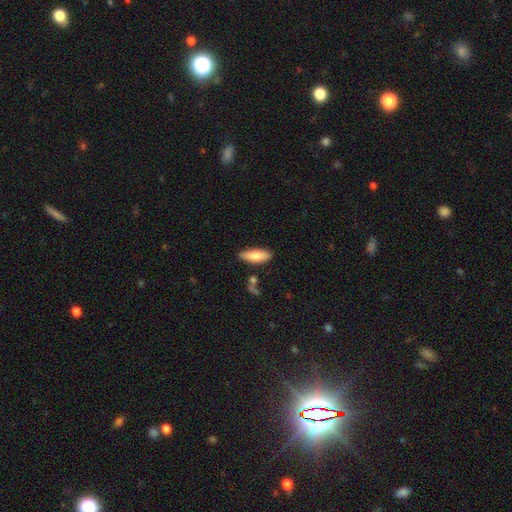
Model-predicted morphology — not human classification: The model was most divided on "how rounded": in between: 64%, cigar-shaped: 34%, round: 2%. More confident: smooth or featured — smooth (80%); merging — none (79%).